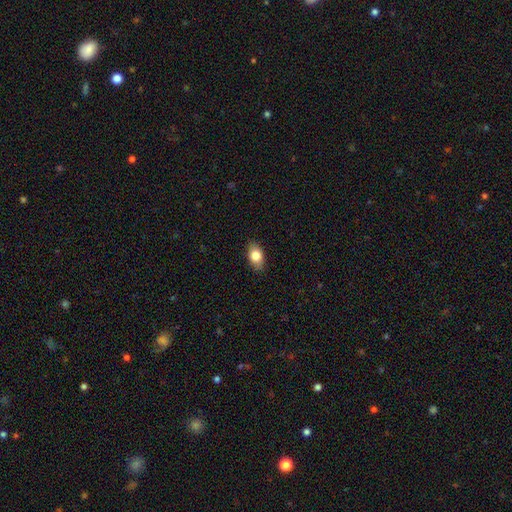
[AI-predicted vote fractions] Smooth or featured?
  - smooth: 82% *
  - featured or disk: 10%
  - star or artifact: 8%
How rounded?
  - in between: 85% *
  - round: 13%
  - cigar-shaped: 2%
Merging?
  - none: 86% *
  - minor disturbance: 11%
  - major disturbance: 2%
  - merger: 1%